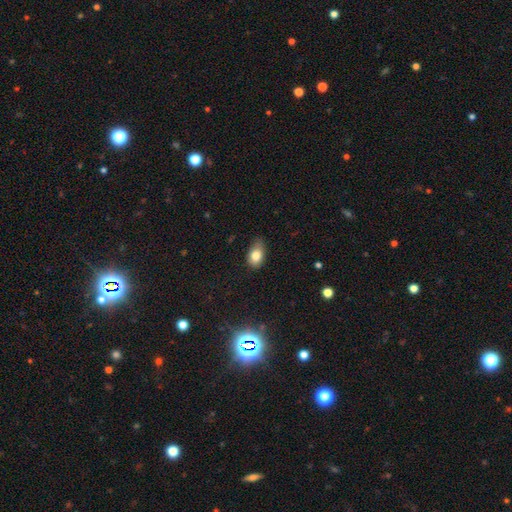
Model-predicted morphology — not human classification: Smooth or featured? smooth (80%)
How rounded? in between (84%)
Merging? none (58%)